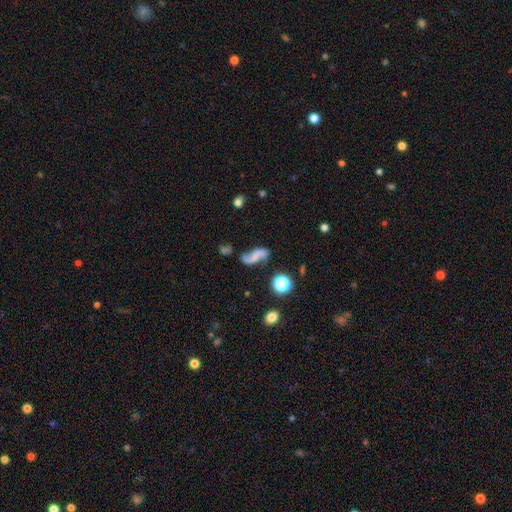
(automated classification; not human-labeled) Smooth or featured: featured or disk — 66% (smooth — 23%)
Edge-on disk: no — 96% (yes — 4%)
Bar: no — 53% (weak — 30%)
Spiral arms: yes — 90% (no — 10%)
Spiral winding: loose — 86% (medium — 11%)
Spiral arm count: 2 — 90% (1 — 5%)
Bulge size: none — 66% (small — 19%)
Merging: none — 60% (minor disturbance — 19%)